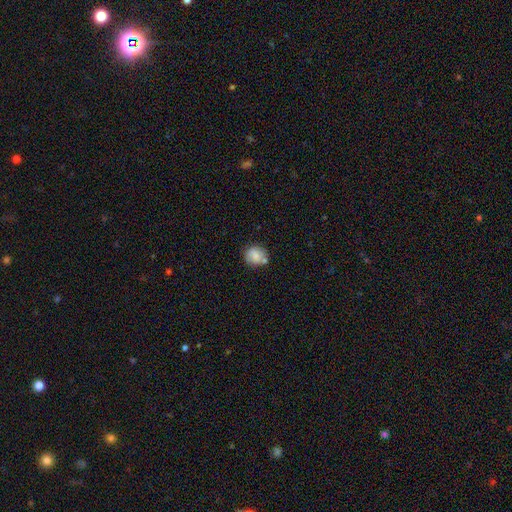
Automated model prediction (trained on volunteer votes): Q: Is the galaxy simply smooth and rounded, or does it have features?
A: smooth — 72%.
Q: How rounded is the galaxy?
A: round — 79%.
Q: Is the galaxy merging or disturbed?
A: none — 62%.